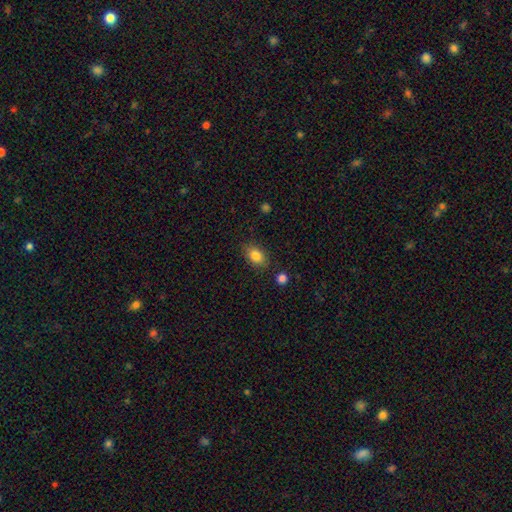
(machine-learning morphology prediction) Smooth or featured: smooth — 84% (star or artifact — 9%)
How rounded: in between — 83% (round — 15%)
Merging: none — 83% (minor disturbance — 12%)